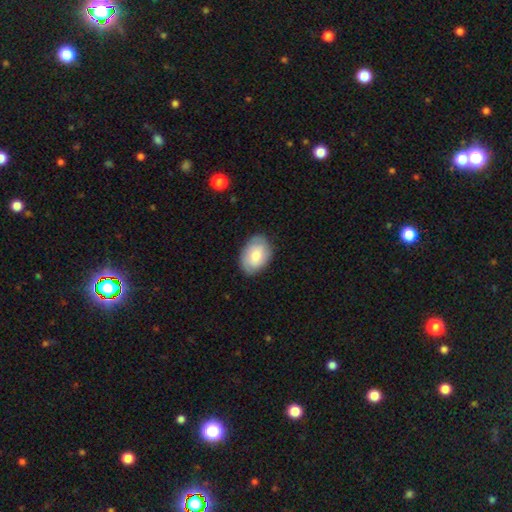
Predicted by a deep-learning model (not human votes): Overall: smooth (76%). How rounded: in between (85%). Merging: none (81%).